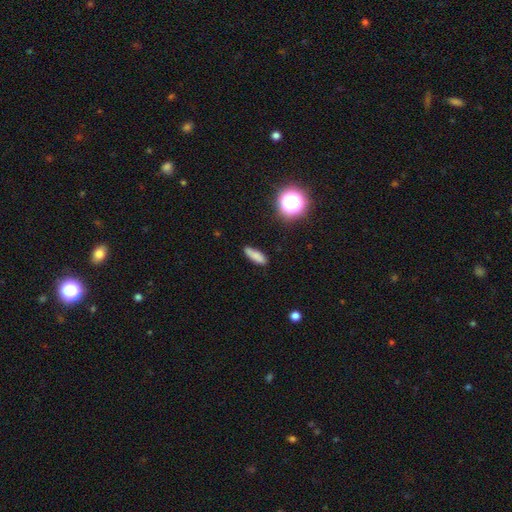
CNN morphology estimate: A smooth galaxy with no disk features (78%) that is in between round and cigar-shaped (52%).

Vote fractions:
- Smooth or featured? smooth: 78% / star or artifact: 11% / featured or disk: 11%
- How rounded? in between: 52% / cigar-shaped: 44% / round: 4%
- Merging? none: 71% / minor disturbance: 21% / major disturbance: 4% / merger: 4%